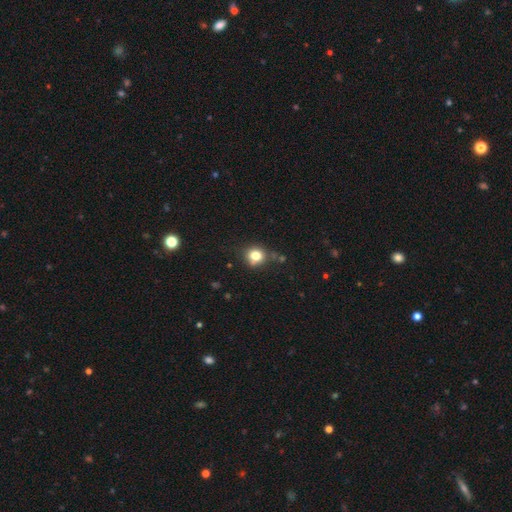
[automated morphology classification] A smooth galaxy with no disk features (78%) that is round (78%).

Vote fractions:
- Smooth or featured? smooth: 78% / star or artifact: 12% / featured or disk: 9%
- How rounded? round: 78% / in between: 21% / cigar-shaped: 1%
- Merging? none: 65% / minor disturbance: 21% / merger: 8% / major disturbance: 6%